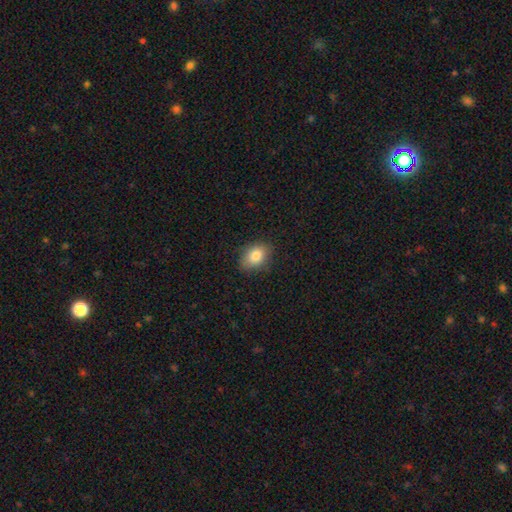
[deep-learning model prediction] smooth_or_featured: smooth (p=0.83) [alt: star or artifact p=0.09]
how_rounded: in between (p=0.77) [alt: round p=0.22]
merging: none (p=0.84) [alt: minor disturbance p=0.12]